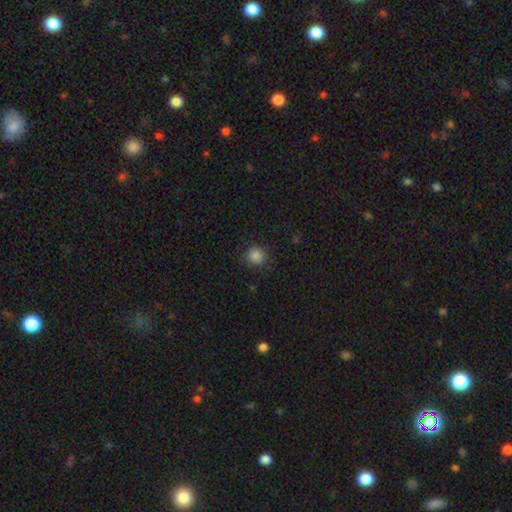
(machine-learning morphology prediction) Smooth or featured: smooth — 86% (star or artifact — 11%)
How rounded: round — 92% (in between — 7%)
Merging: none — 88% (minor disturbance — 8%)